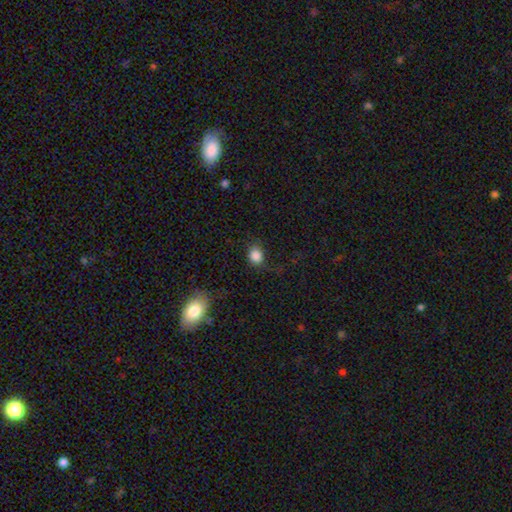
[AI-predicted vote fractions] A smooth galaxy with no disk features (85%) that is round (64%).

Vote fractions:
- Smooth or featured? smooth: 85% / star or artifact: 11% / featured or disk: 4%
- How rounded? round: 64% / in between: 35% / cigar-shaped: 1%
- Merging? none: 72% / minor disturbance: 19% / major disturbance: 8% / merger: 2%